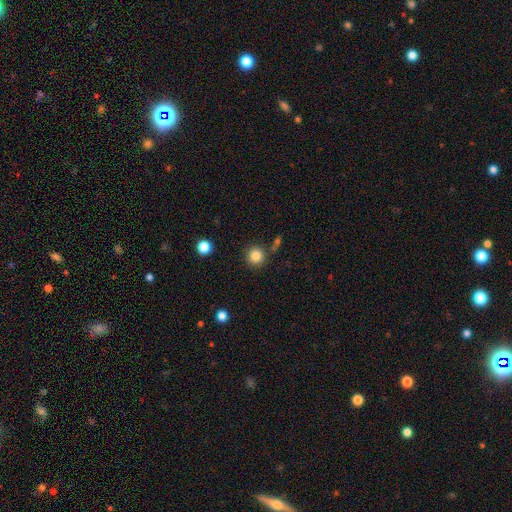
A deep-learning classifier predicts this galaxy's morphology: A smooth galaxy with no disk features (84%) that is round (94%).

Vote fractions:
- Smooth or featured? smooth: 84% / star or artifact: 11% / featured or disk: 5%
- How rounded? round: 94% / in between: 5% / cigar-shaped: 1%
- Merging? none: 85% / minor disturbance: 7% / merger: 5% / major disturbance: 3%